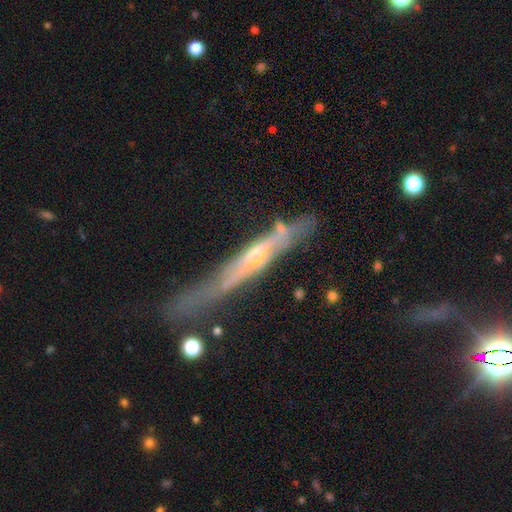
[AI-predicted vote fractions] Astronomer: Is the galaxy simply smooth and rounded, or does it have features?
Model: featured or disk — 76%.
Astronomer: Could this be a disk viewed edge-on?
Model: yes — 86%.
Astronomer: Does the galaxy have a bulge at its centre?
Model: rounded — 60%.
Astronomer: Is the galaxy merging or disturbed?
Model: none — 59%.